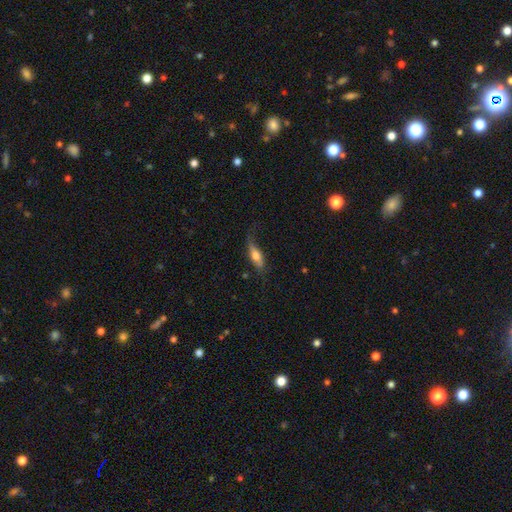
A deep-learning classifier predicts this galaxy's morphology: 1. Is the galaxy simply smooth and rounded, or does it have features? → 61% smooth, 33% featured or disk, 6% star or artifact.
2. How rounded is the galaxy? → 50% in between, 47% cigar-shaped, 3% round.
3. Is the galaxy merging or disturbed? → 57% none, 29% minor disturbance, 13% major disturbance, 2% merger.